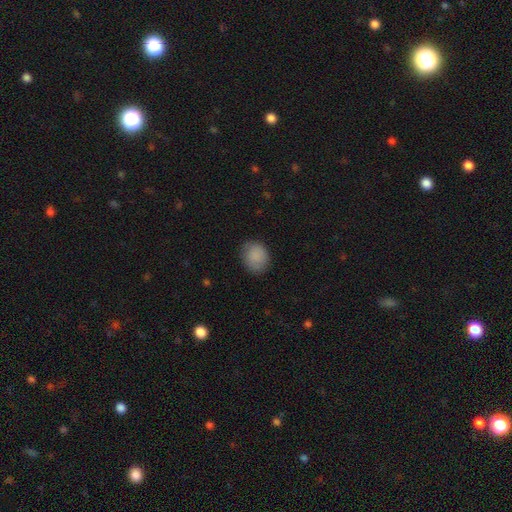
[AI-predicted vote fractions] smooth-or-featured: smooth: 87% | star or artifact: 8% | featured or disk: 5%
  how-rounded: round: 60% | in between: 39% | cigar-shaped: 1%
  merging: none: 79% | minor disturbance: 16% | major disturbance: 4% | merger: 1%